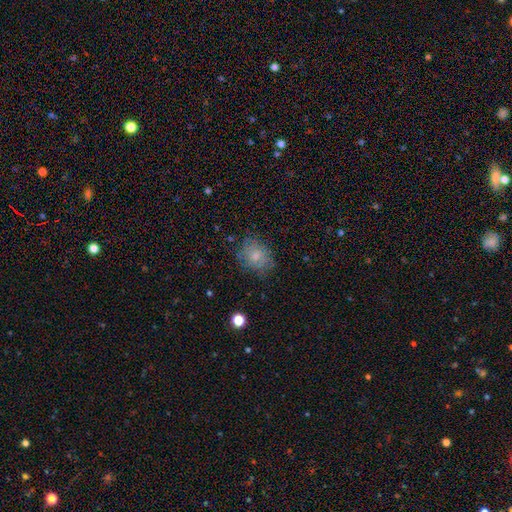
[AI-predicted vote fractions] A smooth galaxy with no disk features (66%) that is round (58%).

Vote fractions:
- Smooth or featured? smooth: 66% / featured or disk: 24% / star or artifact: 11%
- How rounded? round: 58% / in between: 41% / cigar-shaped: 1%
- Merging? none: 71% / minor disturbance: 20% / major disturbance: 7% / merger: 2%